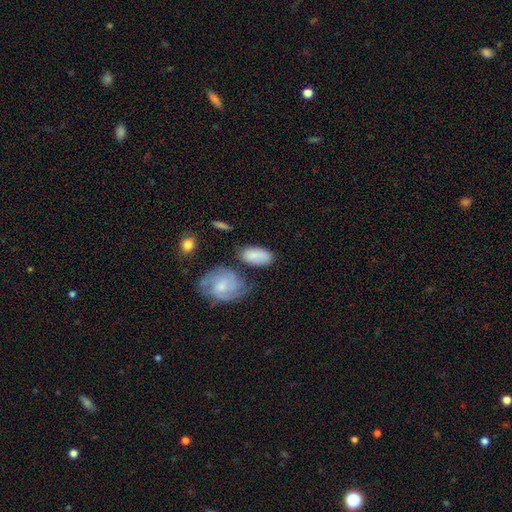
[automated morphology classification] type=smooth (77%); roundness=in between (92%); merging=none (57%).